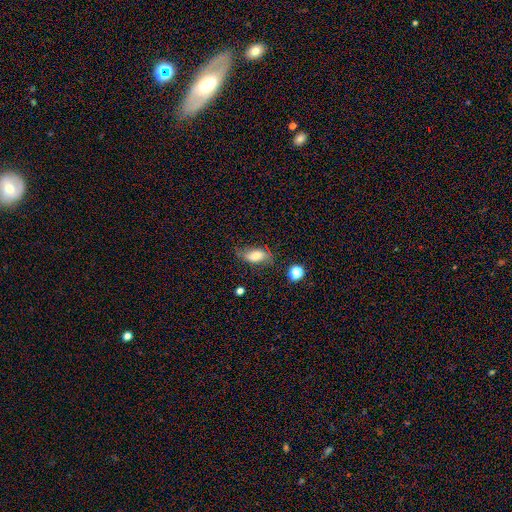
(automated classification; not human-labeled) Smooth or featured? Predicted: smooth (p=0.69). How rounded? Predicted: in between (p=0.86). Merging? Predicted: none (p=0.63).